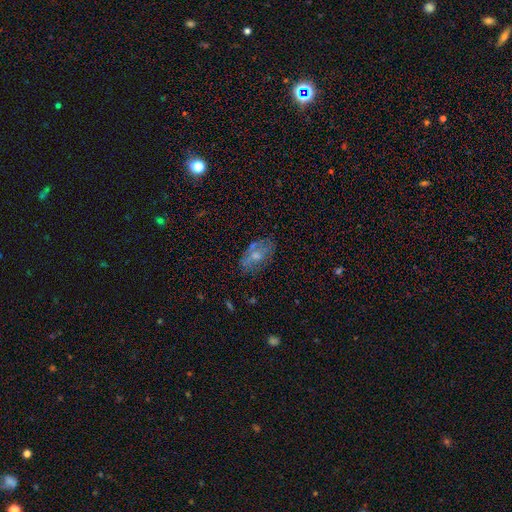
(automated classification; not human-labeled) Smooth or featured? Predicted: smooth (p=0.50). Merging? Predicted: none (p=0.65).